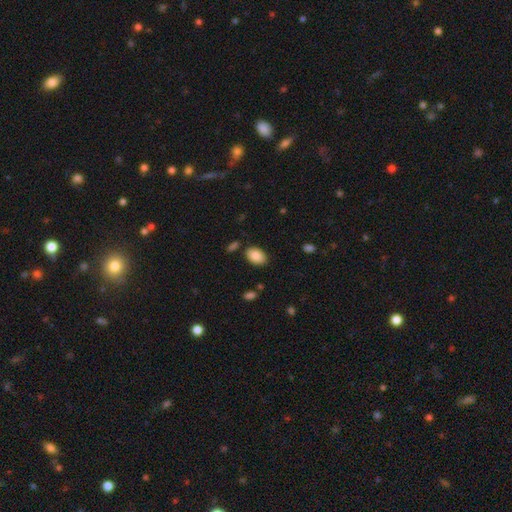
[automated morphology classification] Q: Smooth or featured?
A: smooth (87%); runner-up: star or artifact (7%)
Q: How rounded?
A: in between (88%); runner-up: round (11%)
Q: Merging?
A: none (81%); runner-up: minor disturbance (13%)